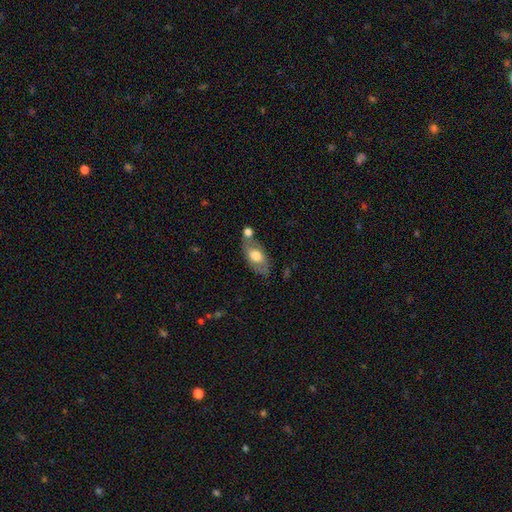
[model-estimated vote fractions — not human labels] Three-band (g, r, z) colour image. It shows a smooth galaxy with no disk features (61%) that is in between round and cigar-shaped (88%). Merging: none (54%).